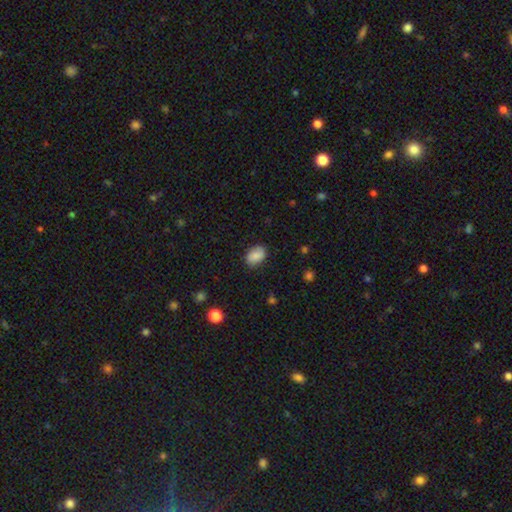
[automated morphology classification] Smooth or featured? smooth (84%)
How rounded? in between (84%)
Merging? none (83%)